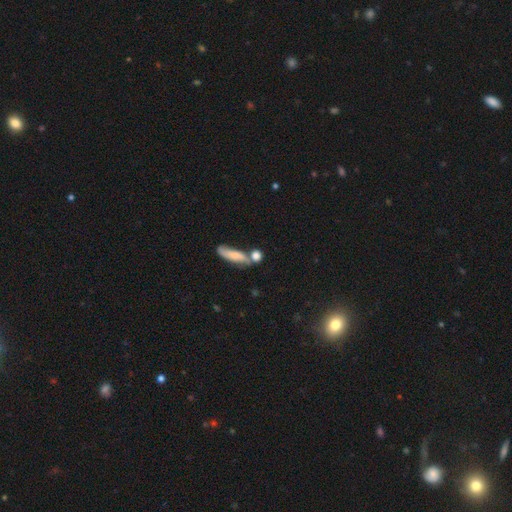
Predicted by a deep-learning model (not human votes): This appears to be a smooth galaxy with no disk features (74%) that is round (58%). Merging: none (52%).